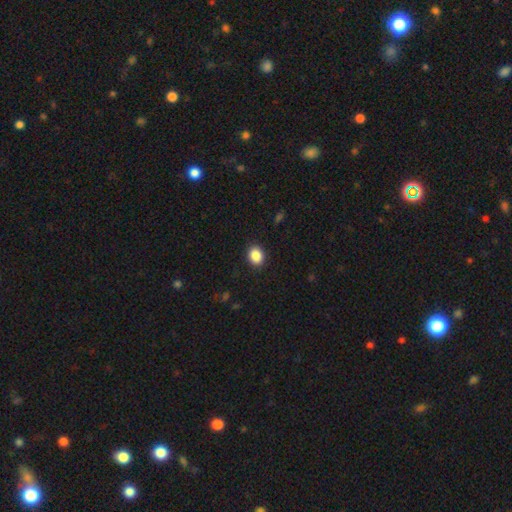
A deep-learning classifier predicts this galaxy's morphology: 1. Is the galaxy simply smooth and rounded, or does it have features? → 88% smooth, 9% star or artifact, 3% featured or disk.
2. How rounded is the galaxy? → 51% in between, 48% round, 1% cigar-shaped.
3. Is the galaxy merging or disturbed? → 91% none, 7% minor disturbance, 2% major disturbance, 1% merger.